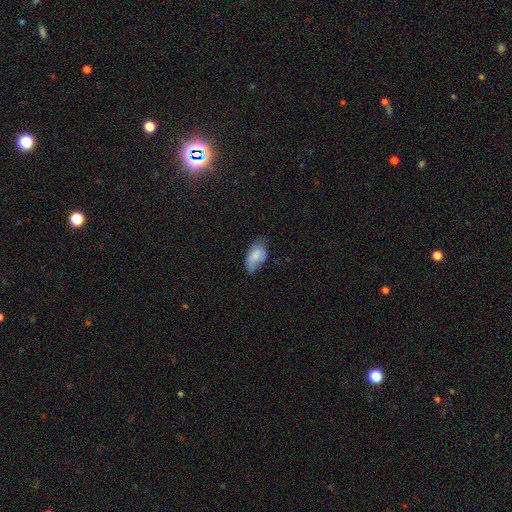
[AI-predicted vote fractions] This is likely a smooth galaxy (78%). How rounded: clearly in between (94%). Merging: possibly none (49%).